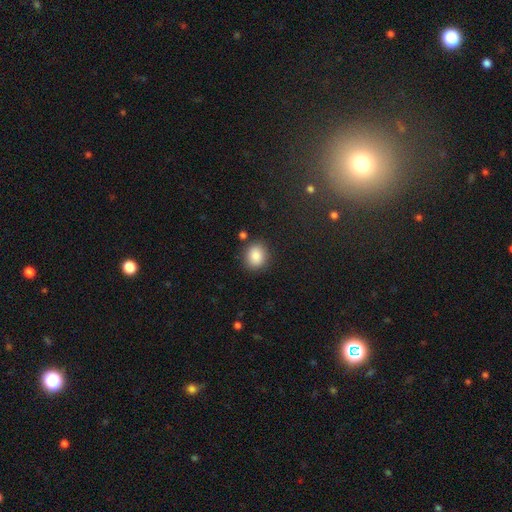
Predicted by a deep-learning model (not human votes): Smooth or featured? Predicted: smooth (p=0.86). How rounded? Predicted: round (p=0.66). Merging? Predicted: none (p=0.84).